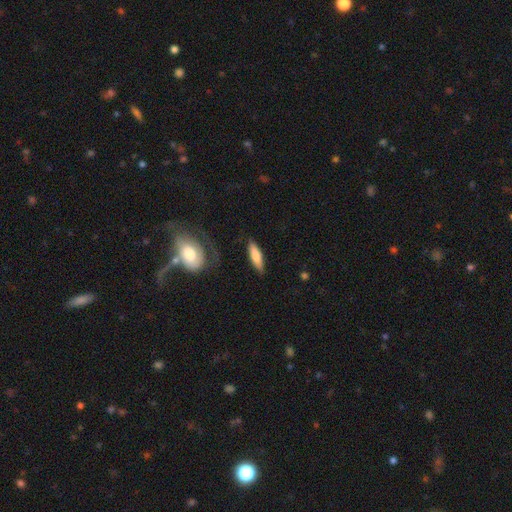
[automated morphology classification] smooth-or-featured: smooth: 74% | featured or disk: 21% | star or artifact: 6%
  how-rounded: cigar-shaped: 59% | in between: 39% | round: 2%
  merging: none: 79% | minor disturbance: 14% | major disturbance: 4% | merger: 3%